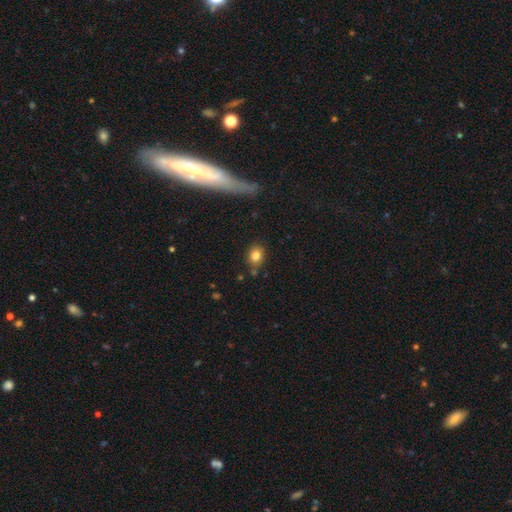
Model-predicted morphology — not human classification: type=smooth (83%); roundness=round (52%); merging=none (80%).